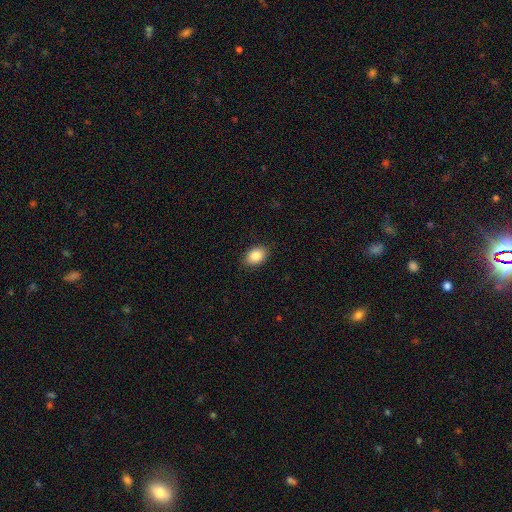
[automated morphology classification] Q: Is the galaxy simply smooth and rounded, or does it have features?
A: smooth — 87%.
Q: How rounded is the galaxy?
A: in between — 82%.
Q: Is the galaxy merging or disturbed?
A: none — 88%.